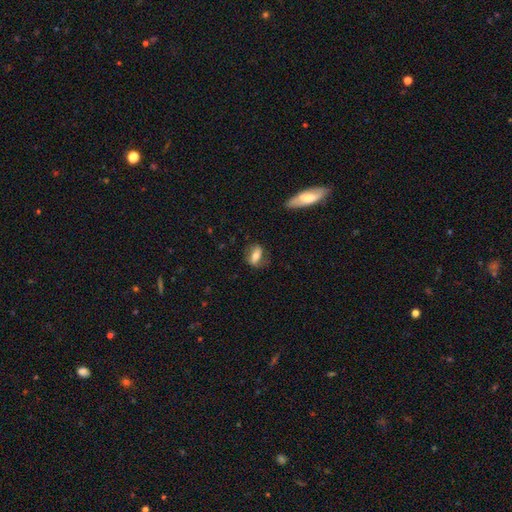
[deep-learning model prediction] This is possibly a smooth galaxy (55%). How rounded: likely in between (73%). Merging: likely none (70%).